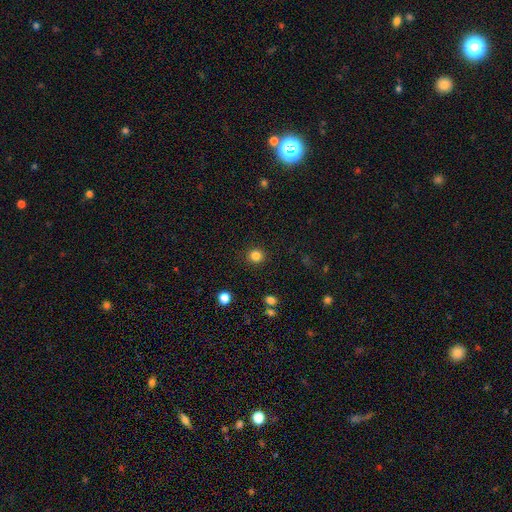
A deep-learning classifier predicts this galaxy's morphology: This appears to be a smooth galaxy with no disk features (84%) that is round (92%). Merging: none (91%).